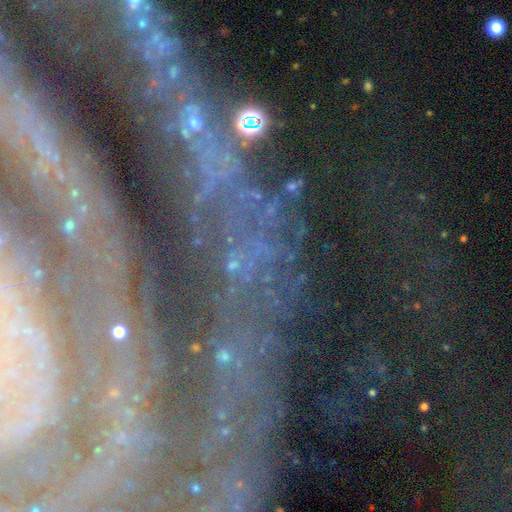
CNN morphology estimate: Smooth or featured? star or artifact (55%)